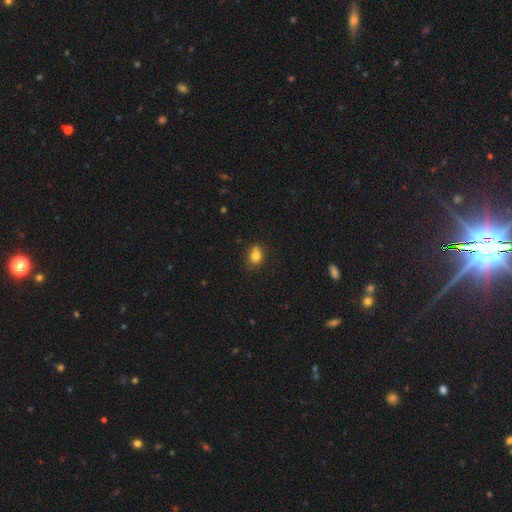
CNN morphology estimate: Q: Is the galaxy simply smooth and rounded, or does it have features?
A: smooth — 79%.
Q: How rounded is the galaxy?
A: in between — 52%.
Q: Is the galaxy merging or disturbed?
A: none — 59%.